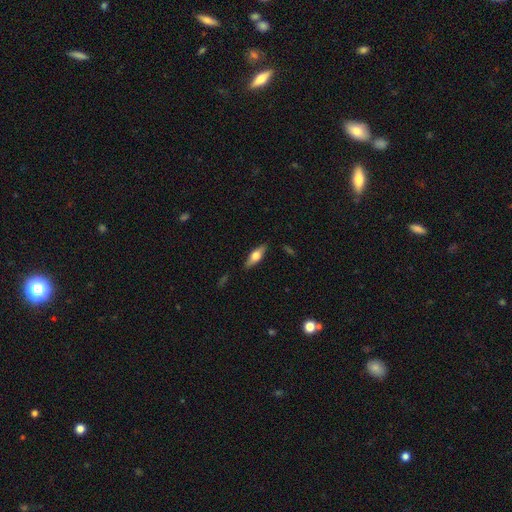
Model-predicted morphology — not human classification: smooth 47% (tied), featured or disk 47% (tied), star or artifact 6%. Down the decision tree: merging — none (86%).